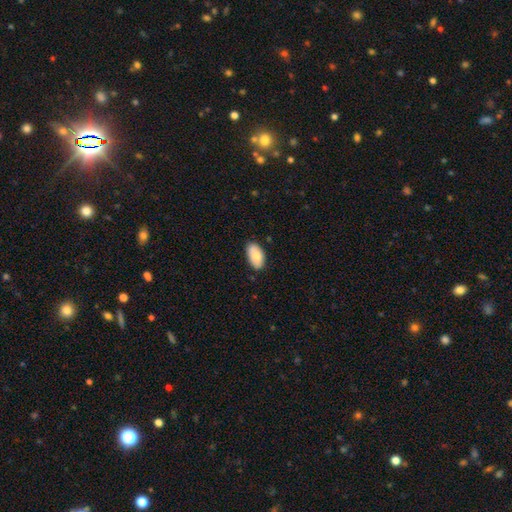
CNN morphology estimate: This is clearly a smooth galaxy (81%). How rounded: clearly in between (95%). Merging: clearly none (84%).